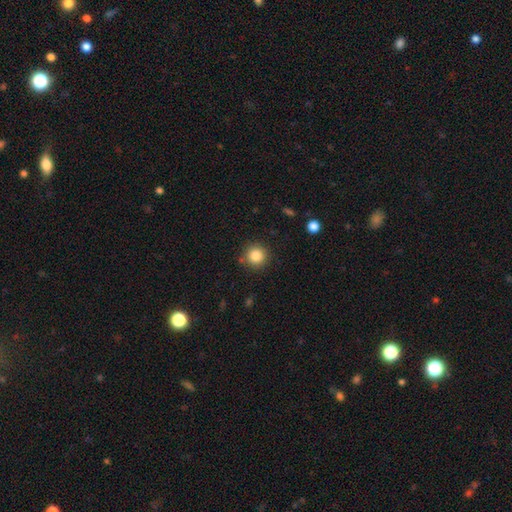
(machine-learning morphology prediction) Smooth or featured: smooth — 84% (star or artifact — 11%)
How rounded: round — 95% (in between — 4%)
Merging: none — 87% (minor disturbance — 8%)